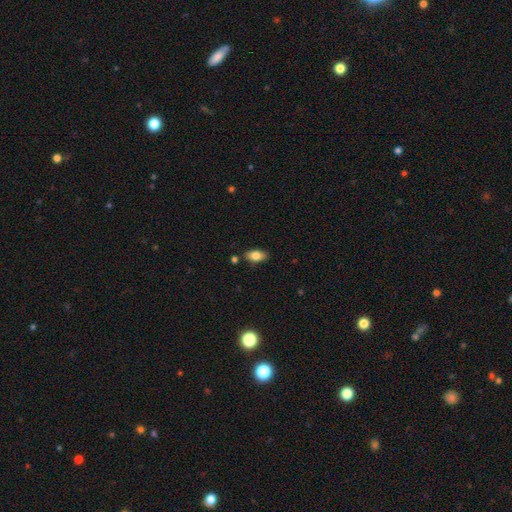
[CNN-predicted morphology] Smooth or featured: smooth — 80% (featured or disk — 13%)
How rounded: in between — 90% (cigar-shaped — 6%)
Merging: none — 83% (minor disturbance — 11%)